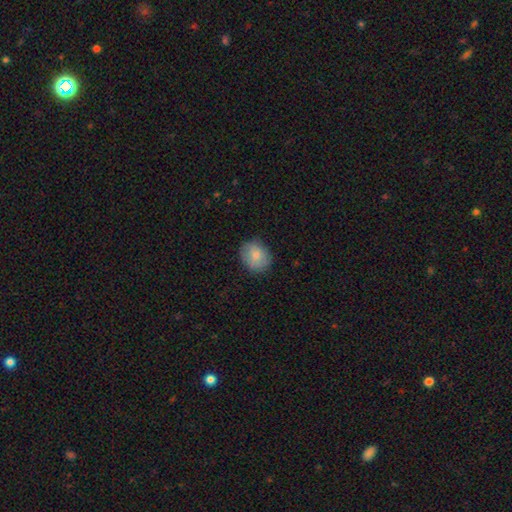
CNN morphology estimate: This appears to be a smooth galaxy with no disk features (80%) that is round (63%). Merging: none (79%).